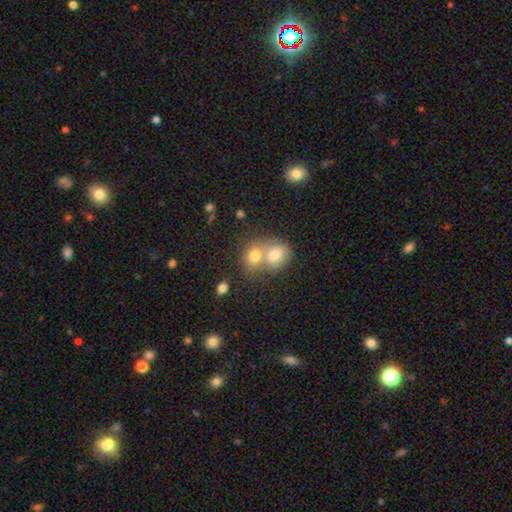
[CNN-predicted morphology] smooth-or-featured: smooth: 72% | featured or disk: 17% | star or artifact: 12%
  how-rounded: round: 64% | in between: 35% | cigar-shaped: 1%
  merging: merger: 65% | none: 27% | minor disturbance: 6% | major disturbance: 3%